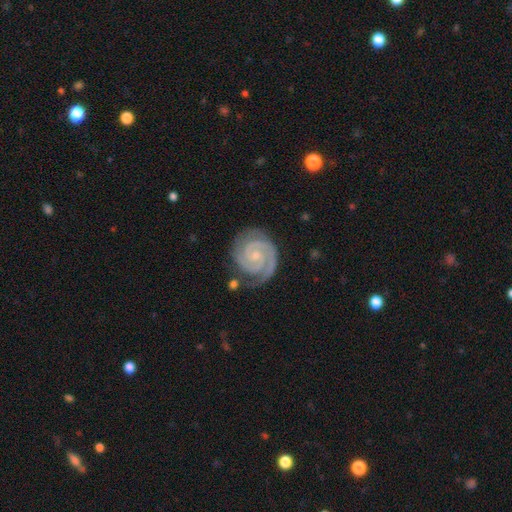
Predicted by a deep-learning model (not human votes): Q: Smooth or featured?
A: featured or disk (93%); runner-up: star or artifact (4%)
Q: Edge-on disk?
A: no (98%); runner-up: yes (2%)
Q: Bar?
A: no (66%); runner-up: weak (26%)
Q: Spiral arms?
A: yes (99%); runner-up: no (1%)
Q: Spiral winding?
A: tight (79%); runner-up: medium (19%)
Q: Spiral arm count?
A: 2 (85%); runner-up: 3 (8%)
Q: Bulge size?
A: small (71%); runner-up: moderate (20%)
Q: Merging?
A: none (77%); runner-up: minor disturbance (16%)